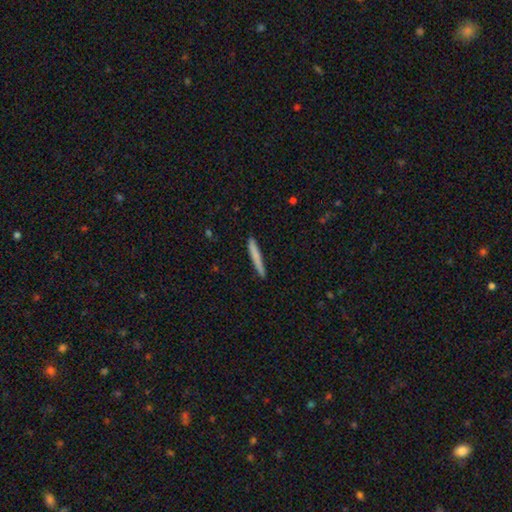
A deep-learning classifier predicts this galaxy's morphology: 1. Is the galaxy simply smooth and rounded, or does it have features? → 74% smooth, 20% featured or disk, 6% star or artifact.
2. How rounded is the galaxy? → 96% cigar-shaped, 3% in between, 1% round.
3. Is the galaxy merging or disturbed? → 88% none, 9% minor disturbance, 2% major disturbance, 1% merger.